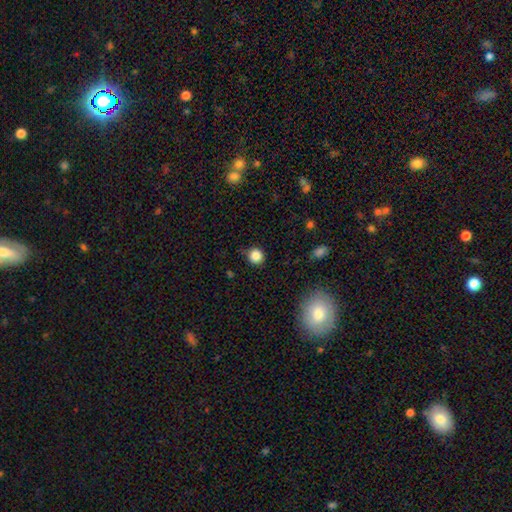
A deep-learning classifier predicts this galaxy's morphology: Smooth or featured?
  - smooth: 85% *
  - star or artifact: 11%
  - featured or disk: 4%
How rounded?
  - round: 91% *
  - in between: 8%
  - cigar-shaped: 1%
Merging?
  - none: 85% *
  - minor disturbance: 11%
  - major disturbance: 3%
  - merger: 2%